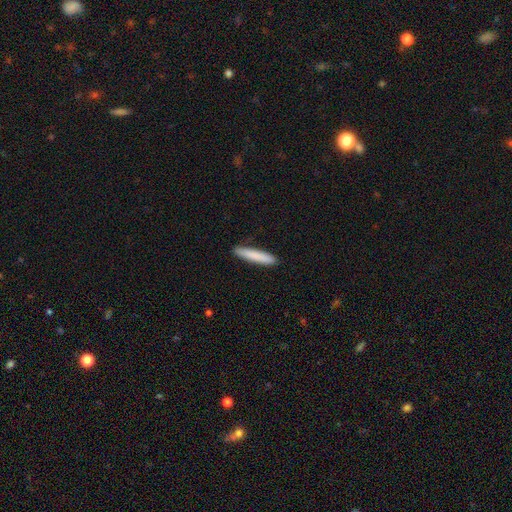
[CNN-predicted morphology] This is clearly a smooth galaxy (84%). How rounded: clearly cigar-shaped (92%). Merging: clearly none (91%).